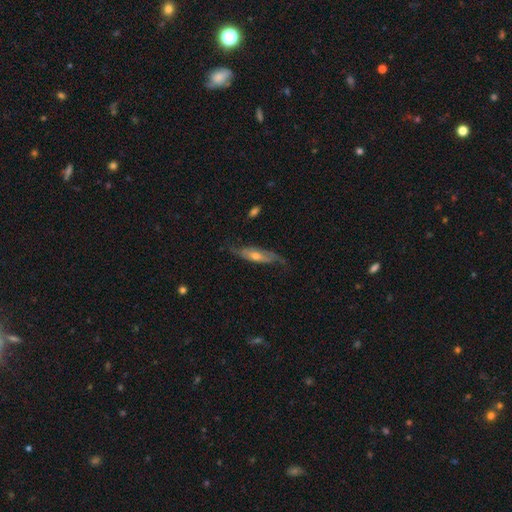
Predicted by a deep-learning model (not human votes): Q: Smooth or featured?
A: featured or disk (67%); runner-up: smooth (26%)
Q: Edge-on disk?
A: no (59%); runner-up: yes (41%)
Q: Merging?
A: none (66%); runner-up: minor disturbance (23%)